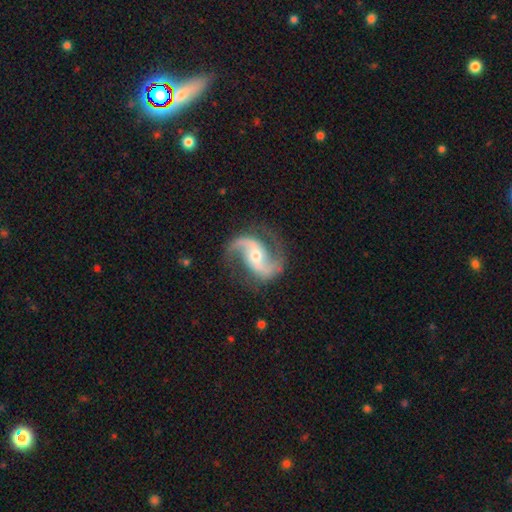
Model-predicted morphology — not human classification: smooth-or-featured: featured or disk: 92% | star or artifact: 4% | smooth: 4%
  disk-edge-on: no: 98% | yes: 2%
    bar: no: 41% | weak: 35% | strong: 24%
    has-spiral-arms: yes: 98% | no: 2%
      spiral-winding: medium: 46% | loose: 44% | tight: 10%
      spiral-arm-count: 2: 94% | 1: 2% | can't tell: 1% | 3: 1% | 4: 1% | more than 4: 1%
    bulge-size: moderate: 56% | small: 39% | large: 3% | none: 1% | dominant: 1%
  merging: none: 80% | minor disturbance: 13% | major disturbance: 6% | merger: 1%